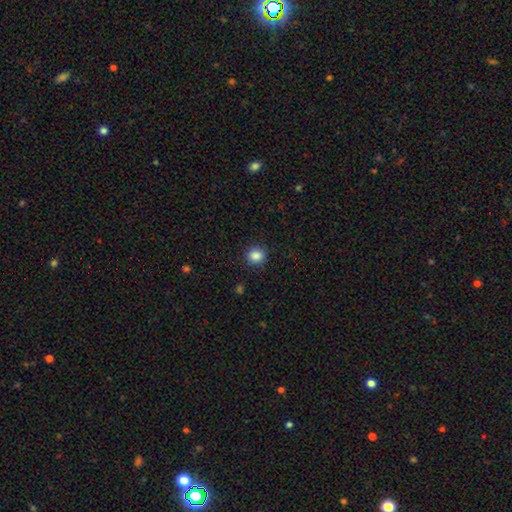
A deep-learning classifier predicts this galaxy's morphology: smooth_or_featured: smooth (p=0.87) [alt: star or artifact p=0.10]
how_rounded: round (p=0.82) [alt: in between p=0.17]
merging: none (p=0.90) [alt: minor disturbance p=0.07]